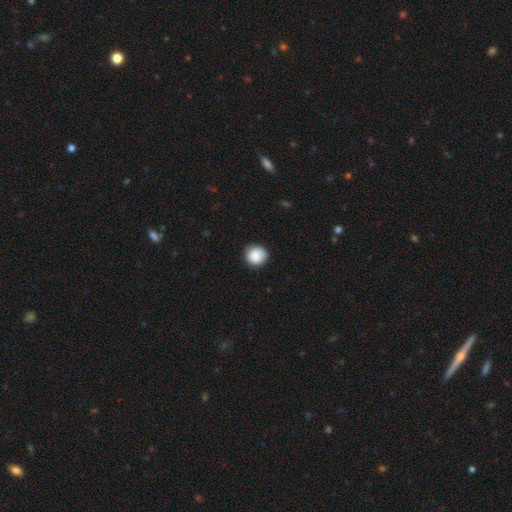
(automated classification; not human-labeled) This is clearly a smooth galaxy (86%). How rounded: clearly round (91%). Merging: clearly none (84%).